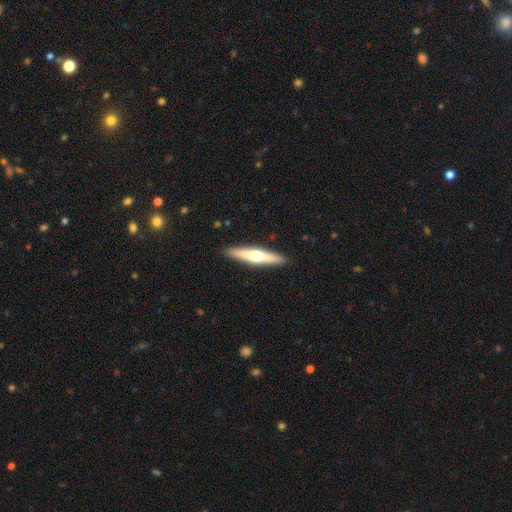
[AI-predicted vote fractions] Overall: featured or disk (52%; smooth 43%). Edge-on disk: yes (95%). Merging: none (91%).